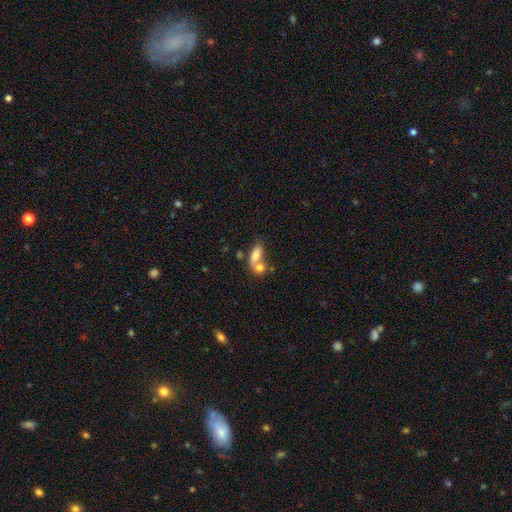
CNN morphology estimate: The model was most divided on "merging": merger: 61%, none: 25%, minor disturbance: 9%, major disturbance: 6%. More confident: how rounded — in between (77%); smooth or featured — smooth (72%).